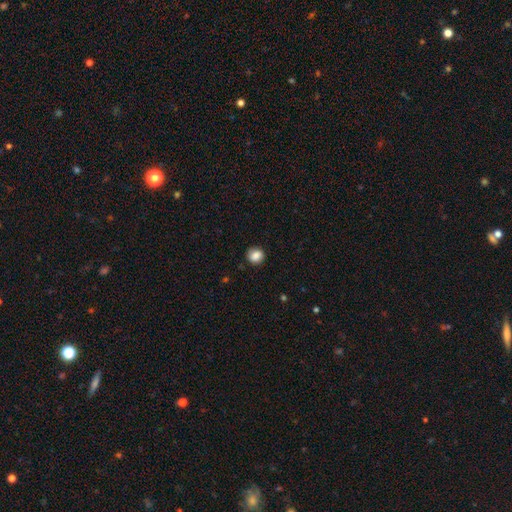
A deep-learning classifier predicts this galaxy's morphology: This is clearly a smooth galaxy (86%). How rounded: clearly round (81%). Merging: clearly none (87%).